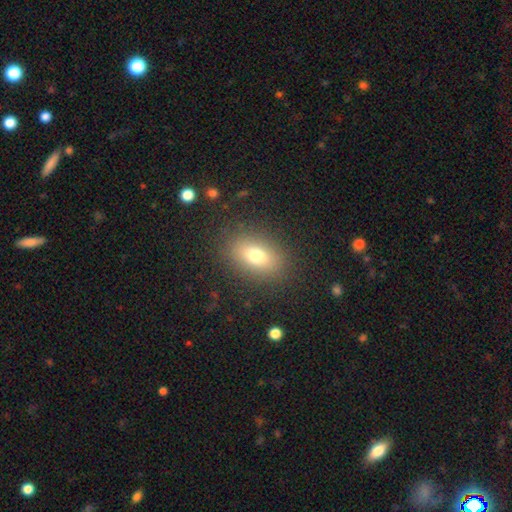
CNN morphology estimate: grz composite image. It shows a smooth galaxy with no disk features (74%) that is in between round and cigar-shaped (78%). Merging: none (86%).